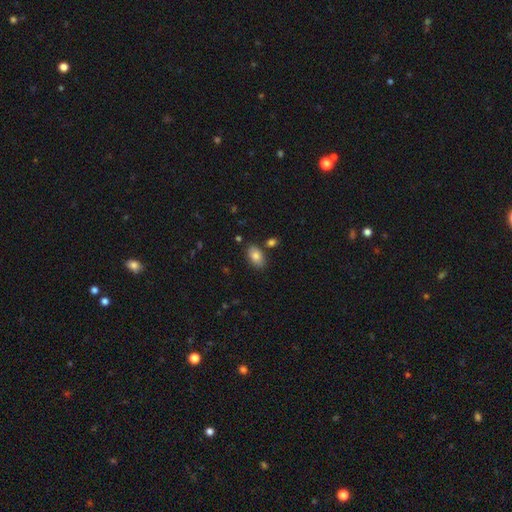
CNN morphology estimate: Smooth or featured: smooth — 83% (featured or disk — 9%)
How rounded: in between — 93% (round — 5%)
Merging: none — 81% (minor disturbance — 11%)